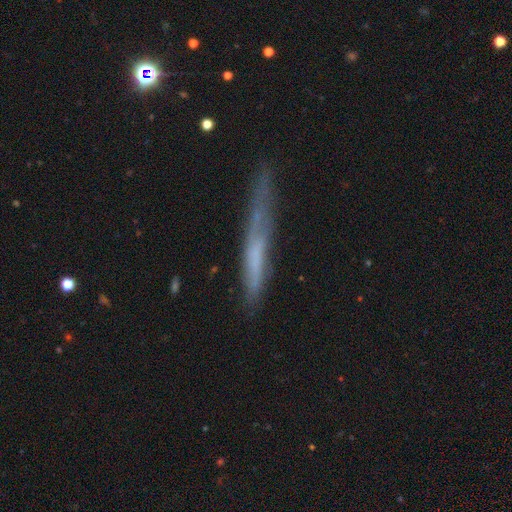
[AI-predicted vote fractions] Morphology: type=smooth (46%); merging=none (64%).